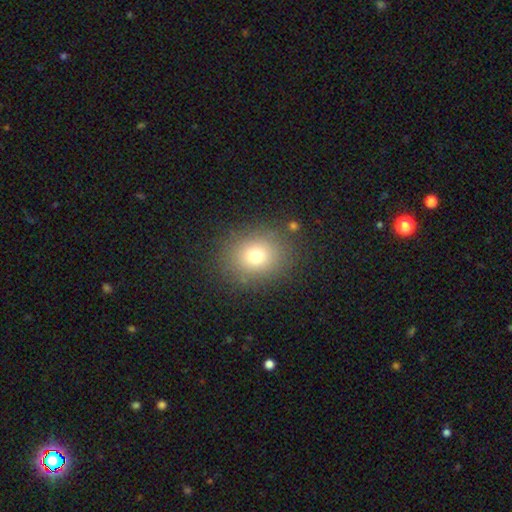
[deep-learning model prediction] This appears to be a smooth galaxy with no disk features (73%) that is round (69%). Merging: none (85%).